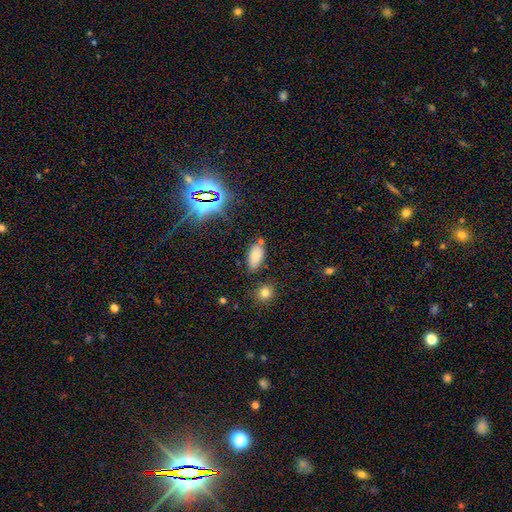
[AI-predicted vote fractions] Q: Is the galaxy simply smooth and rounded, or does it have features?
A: smooth — 73%.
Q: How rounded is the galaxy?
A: in between — 91%.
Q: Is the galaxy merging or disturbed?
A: none — 72%.